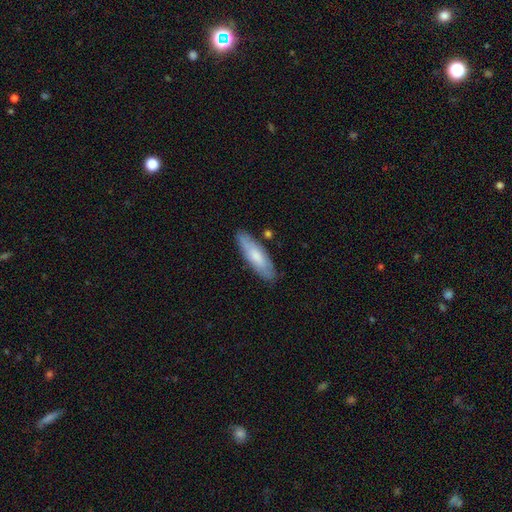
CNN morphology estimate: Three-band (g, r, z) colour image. It shows a smooth galaxy with no disk features (67%) that is cigar-shaped (54%). Merging: none (82%).